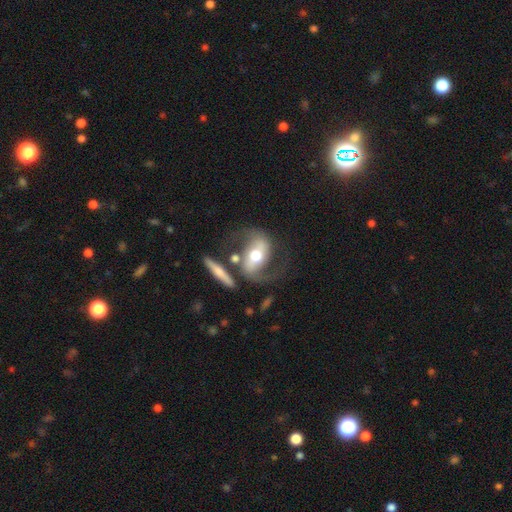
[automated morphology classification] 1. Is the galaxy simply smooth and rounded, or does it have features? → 81% featured or disk, 14% smooth, 5% star or artifact.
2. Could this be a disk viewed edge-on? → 92% no, 8% yes.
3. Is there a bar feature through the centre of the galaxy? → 43% strong, 31% weak, 26% no.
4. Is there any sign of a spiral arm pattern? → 91% yes, 9% no.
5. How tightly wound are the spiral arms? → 46% loose, 42% medium, 12% tight.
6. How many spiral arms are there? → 88% 2, 6% 1, 4% can't tell, 1% 3, 1% 4, 1% more than 4.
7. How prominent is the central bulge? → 69% moderate, 18% large, 10% small, 2% dominant, 1% none.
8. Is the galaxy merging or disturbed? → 55% none, 16% major disturbance, 16% minor disturbance, 13% merger.